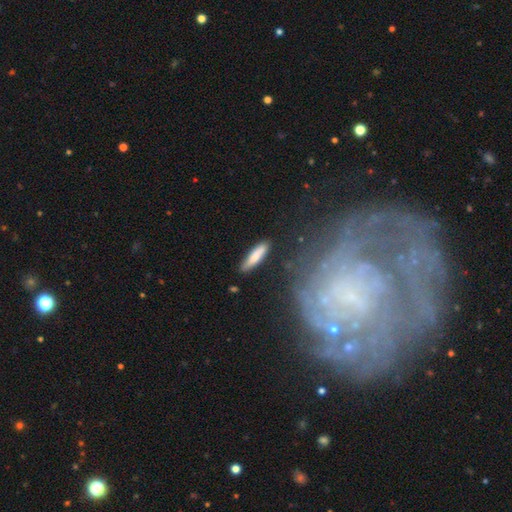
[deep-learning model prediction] Smooth or featured?
  - smooth: 78% *
  - featured or disk: 17%
  - star or artifact: 6%
How rounded?
  - cigar-shaped: 77% *
  - in between: 21%
  - round: 1%
Merging?
  - none: 84% *
  - minor disturbance: 12%
  - merger: 2%
  - major disturbance: 2%